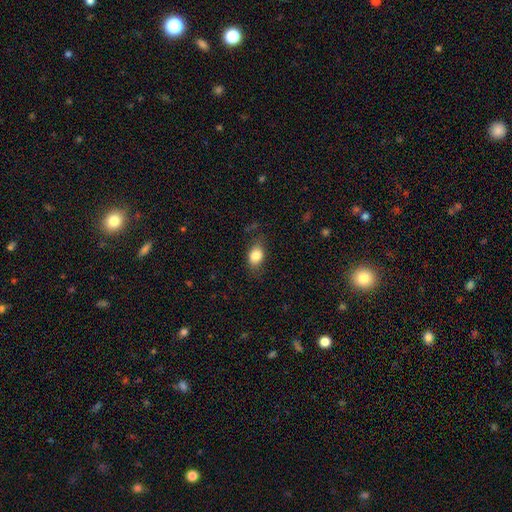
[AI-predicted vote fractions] Morphology: type=smooth (83%); roundness=in between (76%); merging=none (74%).